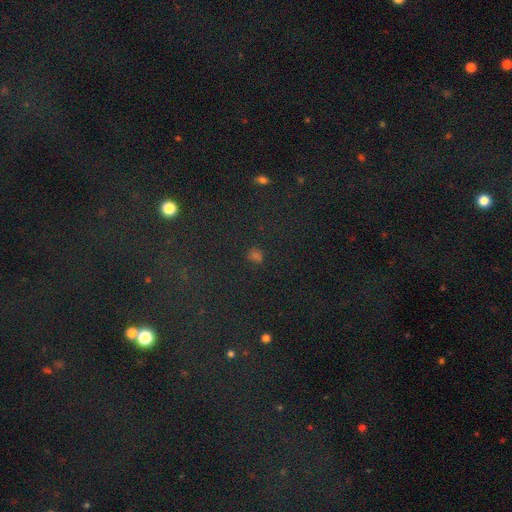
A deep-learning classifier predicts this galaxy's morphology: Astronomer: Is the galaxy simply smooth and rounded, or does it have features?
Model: smooth — 48% (runner-up: star or artifact, 44%).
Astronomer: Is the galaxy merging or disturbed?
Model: none — 79%.